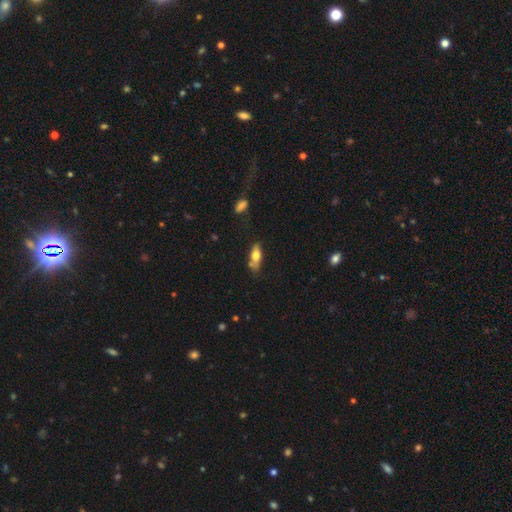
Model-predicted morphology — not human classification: type=smooth (67%); roundness=in between (73%); merging=none (54%).